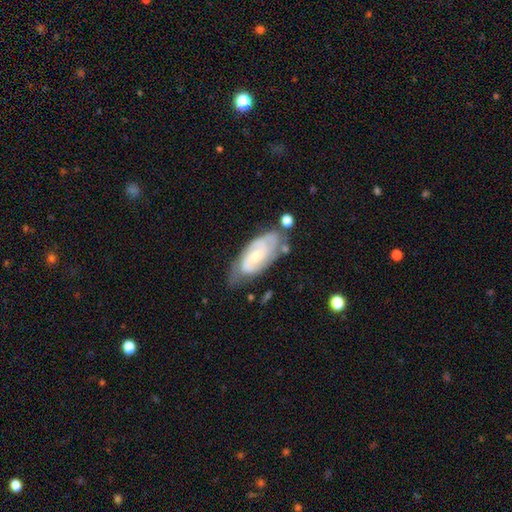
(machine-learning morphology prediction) Smooth or featured: featured or disk — 77% (smooth — 17%)
Edge-on disk: no — 93% (yes — 7%)
Bar: no — 53% (weak — 37%)
Spiral arms: yes — 93% (no — 7%)
Spiral winding: tight — 53% (medium — 36%)
Spiral arm count: 2 — 59% (can't tell — 23%)
Bulge size: small — 55% (moderate — 40%)
Merging: none — 63% (minor disturbance — 24%)